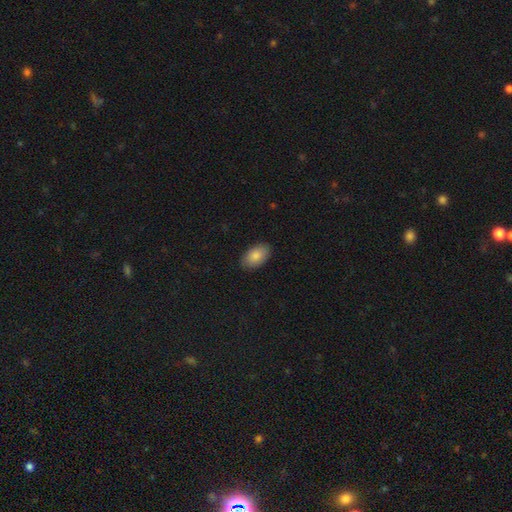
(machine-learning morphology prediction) This is clearly a smooth galaxy (86%). How rounded: clearly in between (94%). Merging: clearly none (88%).